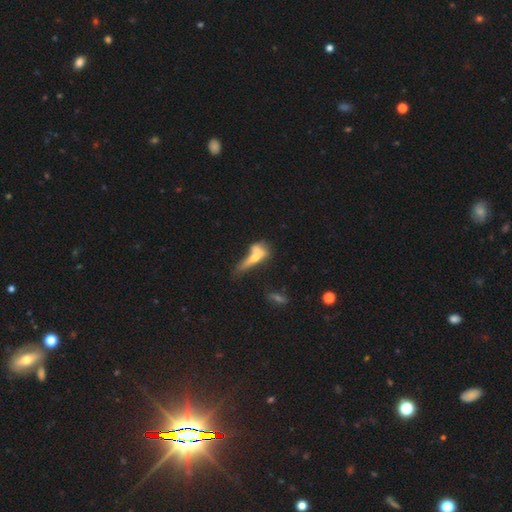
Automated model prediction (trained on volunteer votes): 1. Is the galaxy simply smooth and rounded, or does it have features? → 51% smooth, 39% featured or disk, 11% star or artifact.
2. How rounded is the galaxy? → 49% cigar-shaped, 43% in between, 8% round.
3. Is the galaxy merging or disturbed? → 43% merger, 22% major disturbance, 20% none, 14% minor disturbance.